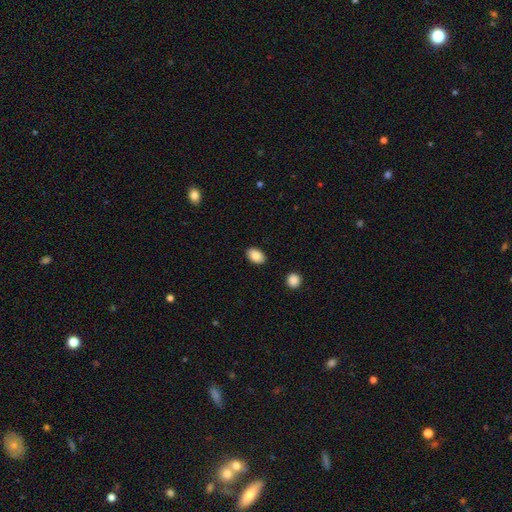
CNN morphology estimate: smooth_or_featured: smooth (p=0.87) [alt: star or artifact p=0.07]
how_rounded: in between (p=0.87) [alt: round p=0.12]
merging: none (p=0.88) [alt: minor disturbance p=0.08]